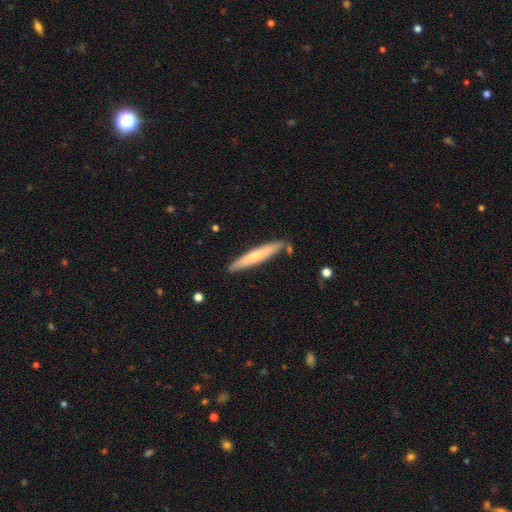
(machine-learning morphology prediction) The model was most divided on "smooth or featured": smooth: 59%, featured or disk: 35%, star or artifact: 5%. More confident: how rounded — cigar-shaped (94%); merging — none (85%).